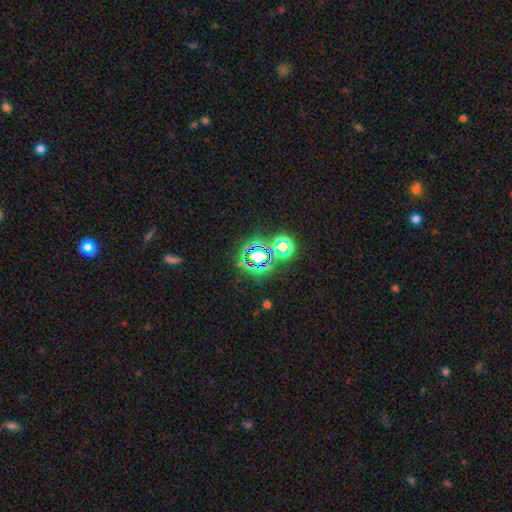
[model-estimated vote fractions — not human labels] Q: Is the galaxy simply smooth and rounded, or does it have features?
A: star or artifact — 69%.